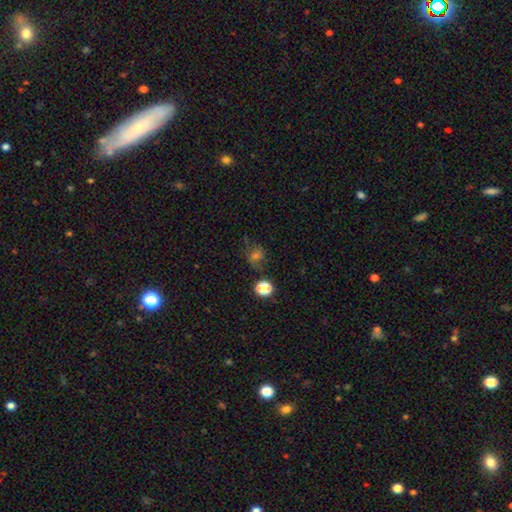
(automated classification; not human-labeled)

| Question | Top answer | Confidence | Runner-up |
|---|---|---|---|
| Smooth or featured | smooth | 55% | star or artifact (28%) |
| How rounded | round | 68% | in between (30%) |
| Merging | none | 64% | minor disturbance (20%) |